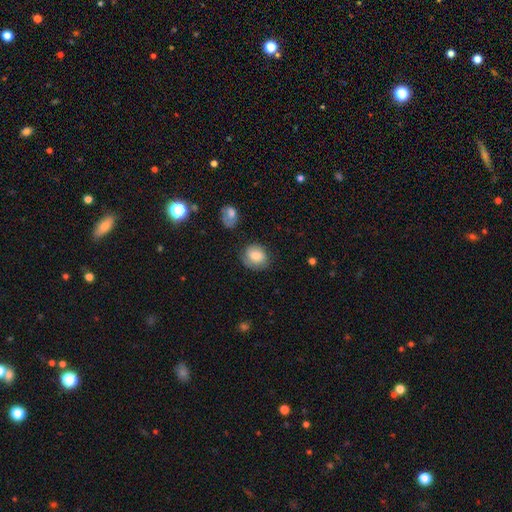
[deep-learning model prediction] This appears to be a smooth galaxy with no disk features (75%) that is round (61%). Merging: none (70%).